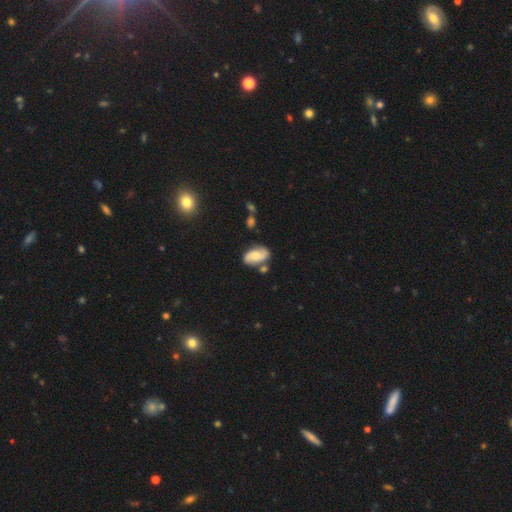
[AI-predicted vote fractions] The model was most divided on "smooth or featured": featured or disk: 48%, smooth: 45%, star or artifact: 7%. More confident: merging — none (68%).